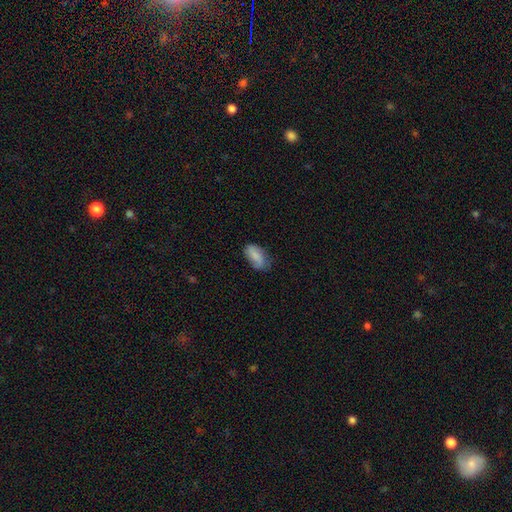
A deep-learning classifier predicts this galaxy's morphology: Smooth or featured? Predicted: smooth (p=0.79). How rounded? Predicted: in between (p=0.92). Merging? Predicted: none (p=0.60).